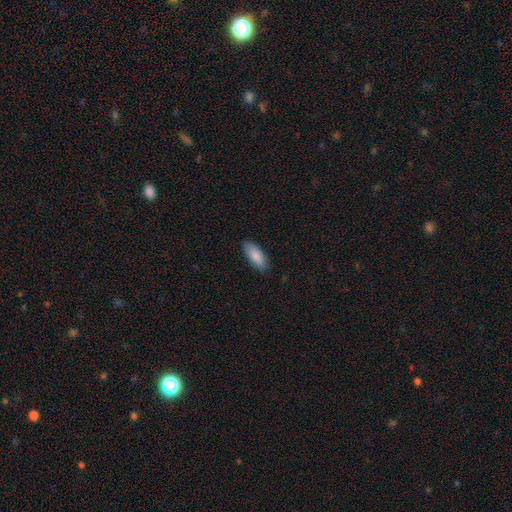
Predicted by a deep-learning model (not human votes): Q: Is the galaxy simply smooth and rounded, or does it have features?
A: smooth — 87%.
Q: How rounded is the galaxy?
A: in between — 79%.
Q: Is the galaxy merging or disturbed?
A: none — 86%.